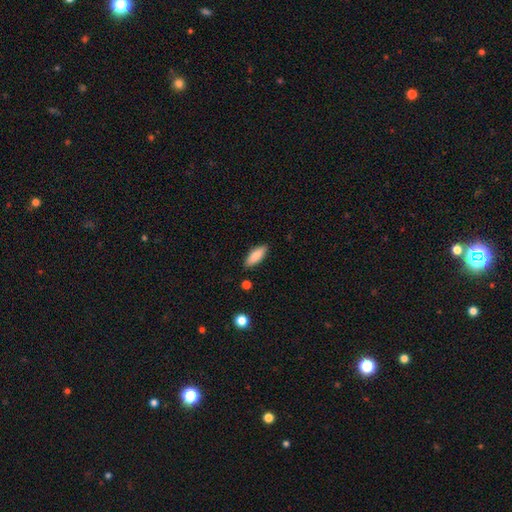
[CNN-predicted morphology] Smooth or featured: smooth — 86% (featured or disk — 8%)
How rounded: in between — 69% (cigar-shaped — 29%)
Merging: none — 86% (minor disturbance — 10%)